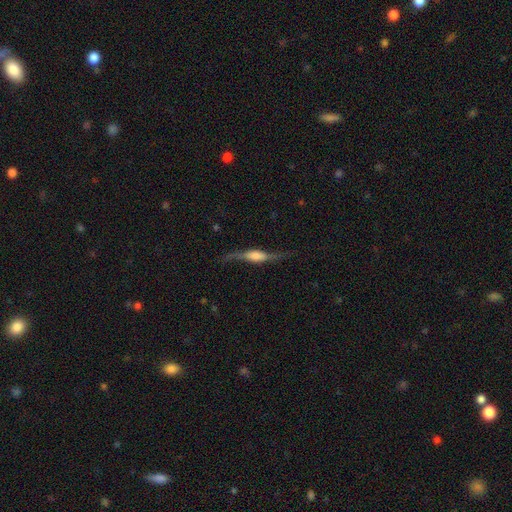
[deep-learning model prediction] Overall: featured or disk (76%). Edge-on disk: yes (86%). Edge-on bulge: rounded (60%; boxy 34%). Merging: none (70%).